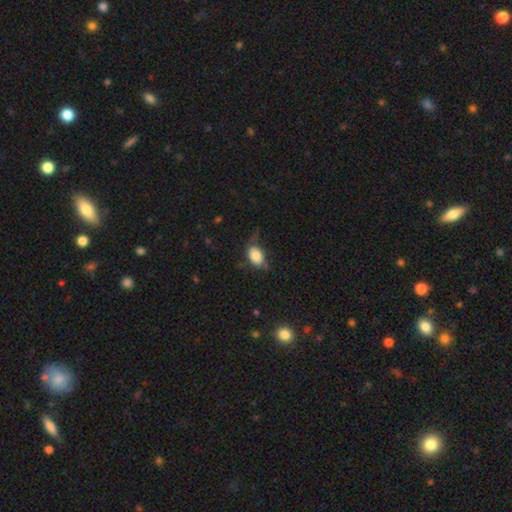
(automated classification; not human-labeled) smooth_or_featured: smooth (p=0.78) [alt: featured or disk p=0.13]
how_rounded: in between (p=0.85) [alt: round p=0.13]
merging: none (p=0.45) [alt: minor disturbance p=0.32]